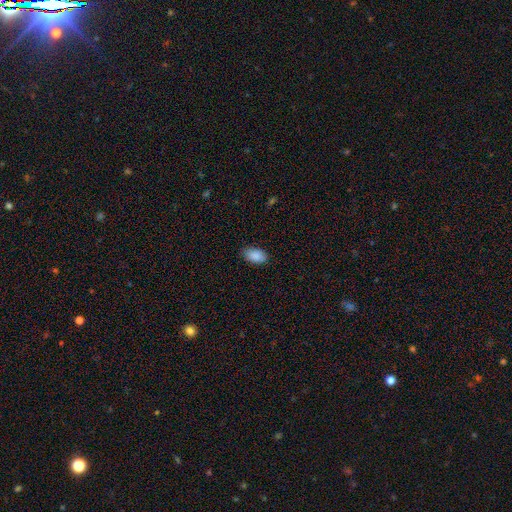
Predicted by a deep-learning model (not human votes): Smooth or featured: smooth — 89% (star or artifact — 7%)
How rounded: in between — 93% (round — 5%)
Merging: none — 83% (minor disturbance — 14%)